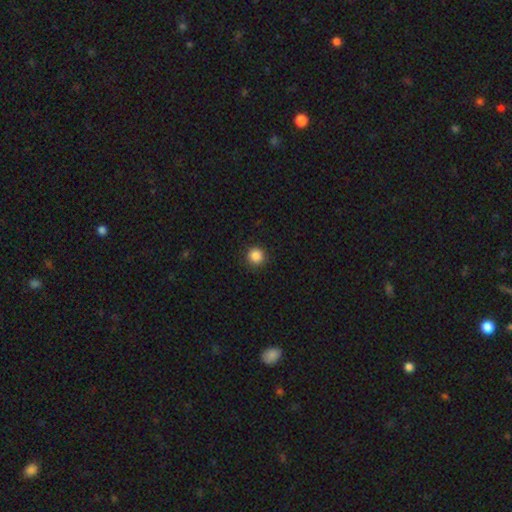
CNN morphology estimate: A smooth galaxy with no disk features (87%) that is round (95%). Merging: none (91%).